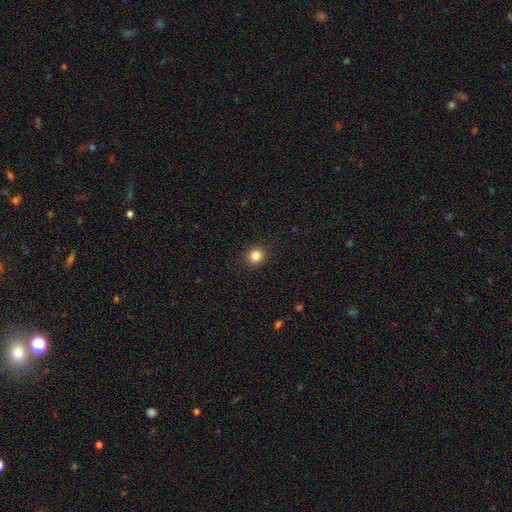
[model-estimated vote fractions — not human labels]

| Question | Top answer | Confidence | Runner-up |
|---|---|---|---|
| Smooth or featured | smooth | 84% | star or artifact (11%) |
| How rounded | round | 77% | in between (22%) |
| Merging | none | 91% | minor disturbance (7%) |